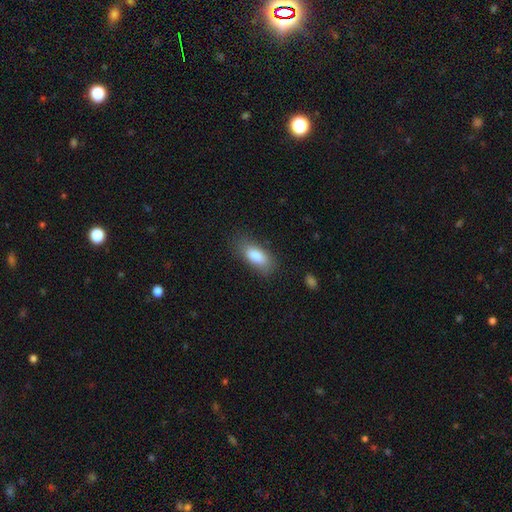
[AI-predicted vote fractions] The model was most divided on "merging": none: 76%, minor disturbance: 17%, major disturbance: 5%, merger: 1%. More confident: how rounded — in between (84%); smooth or featured — smooth (83%).